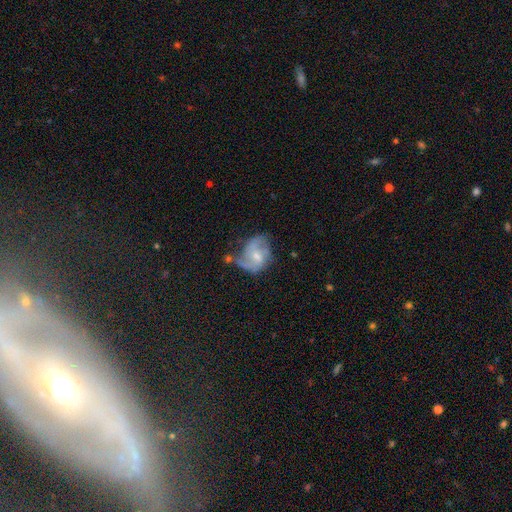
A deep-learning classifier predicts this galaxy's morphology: type=featured or disk (71%); edge-on=no (98%); bar=no (46%, tied with weak); spiral arms=yes (86%); winding=medium (46%); arm count=2 (60%); bulge=small (46%); merging=none (40%).